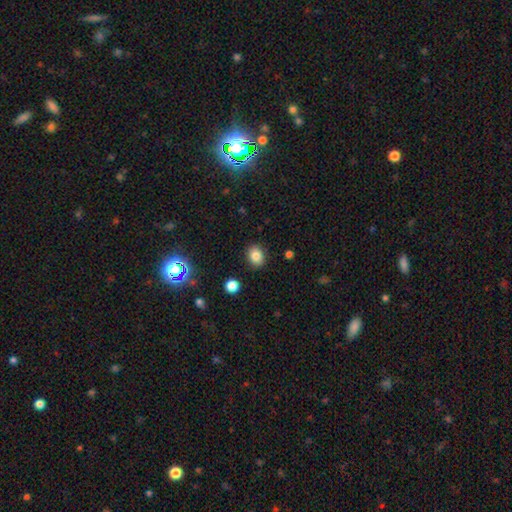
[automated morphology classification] Overall: smooth (82%). How rounded: in between (51%; round 48%). Merging: none (87%).